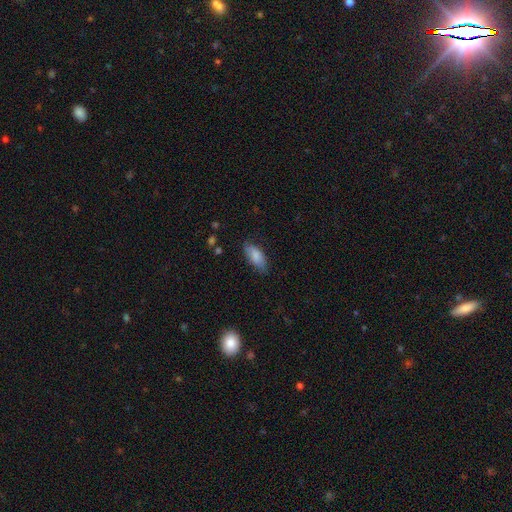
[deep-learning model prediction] A smooth galaxy with no disk features (83%) that is in between round and cigar-shaped (86%). Merging: none (74%).